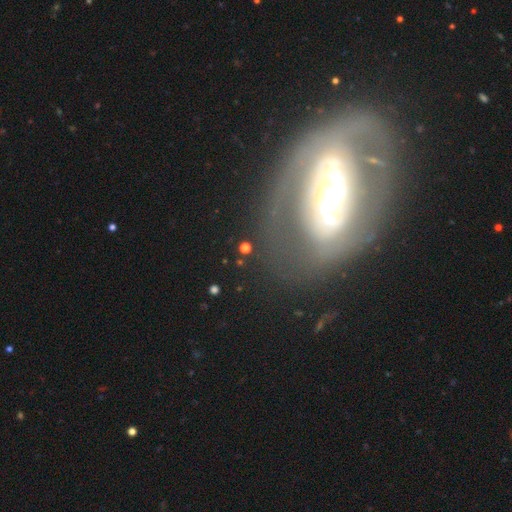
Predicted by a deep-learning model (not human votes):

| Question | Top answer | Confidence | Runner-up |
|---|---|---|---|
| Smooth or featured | featured or disk | 77% | smooth (16%) |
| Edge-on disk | no | 93% | yes (7%) |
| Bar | strong | 46% | weak (28%) |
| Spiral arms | yes | 62% | no (38%) |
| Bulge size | moderate | 45% | small (34%) |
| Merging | none | 67% | minor disturbance (16%) |